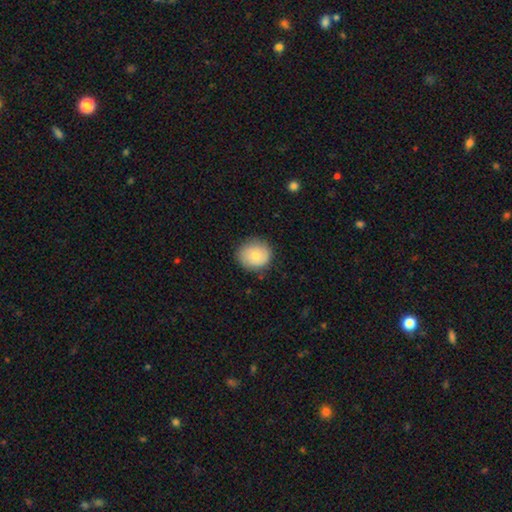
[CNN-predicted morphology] Smooth or featured? Predicted: smooth (p=0.77). How rounded? Predicted: round (p=0.83). Merging? Predicted: none (p=0.82).